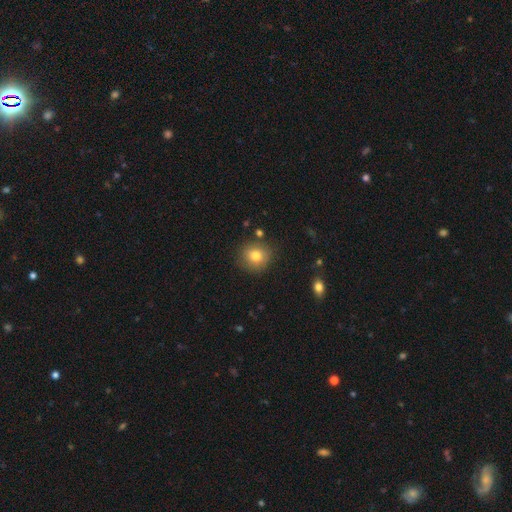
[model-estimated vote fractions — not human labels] Q: Smooth or featured?
A: smooth (79%); runner-up: star or artifact (11%)
Q: How rounded?
A: round (86%); runner-up: in between (13%)
Q: Merging?
A: none (84%); runner-up: minor disturbance (10%)